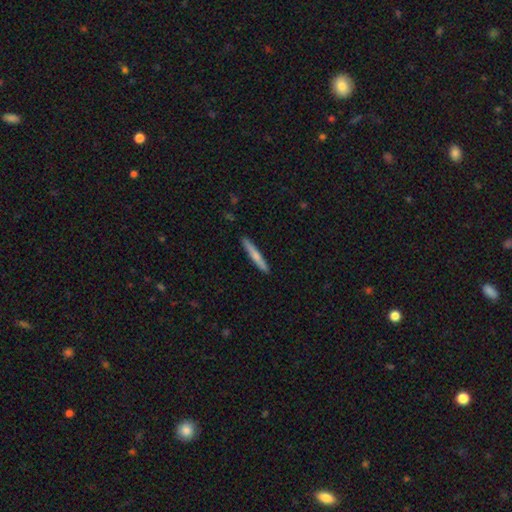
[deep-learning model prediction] Morphology: type=smooth (65%); roundness=cigar-shaped (95%); merging=none (90%).